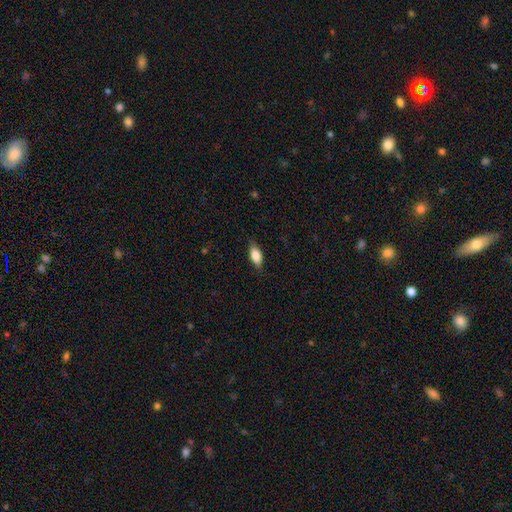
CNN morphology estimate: smooth_or_featured: smooth (p=0.80) [alt: featured or disk p=0.14]
how_rounded: in between (p=0.83) [alt: cigar-shaped p=0.14]
merging: none (p=0.83) [alt: minor disturbance p=0.13]